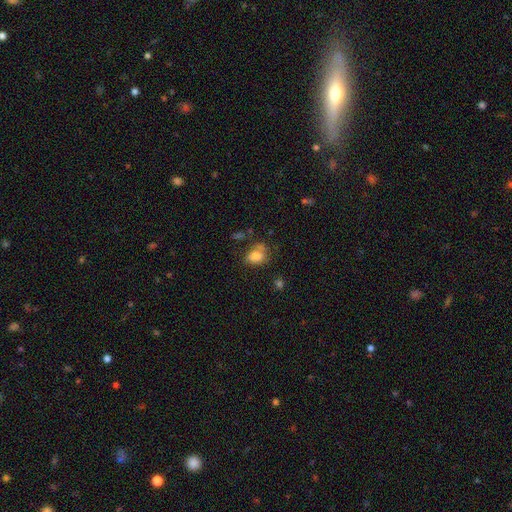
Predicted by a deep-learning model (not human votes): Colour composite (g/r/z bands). It shows a smooth galaxy with no disk features (74%) that is in between round and cigar-shaped (67%). Merging: none (44%).